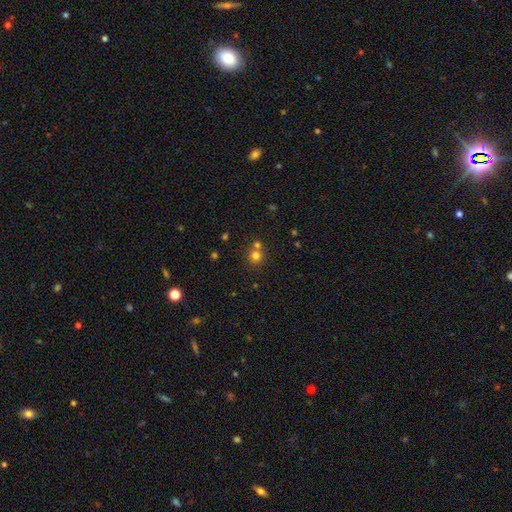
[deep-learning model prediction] smooth 74%, star or artifact 17%, featured or disk 9%. Down the decision tree: how rounded — round (90%); merging — none (58%).